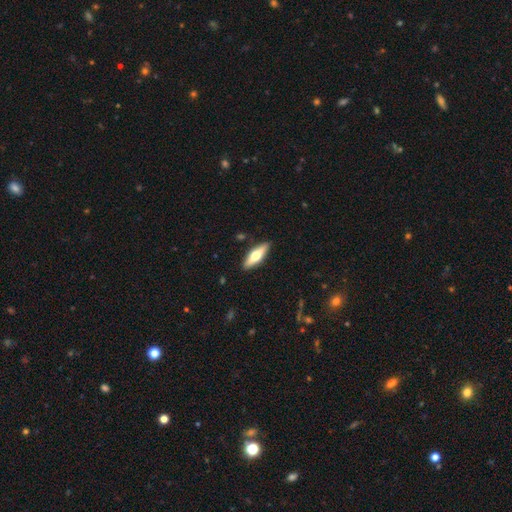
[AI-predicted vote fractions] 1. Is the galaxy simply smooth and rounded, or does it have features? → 48% featured or disk, 47% smooth, 5% star or artifact.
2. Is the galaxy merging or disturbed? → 88% none, 8% minor disturbance, 2% major disturbance, 2% merger.